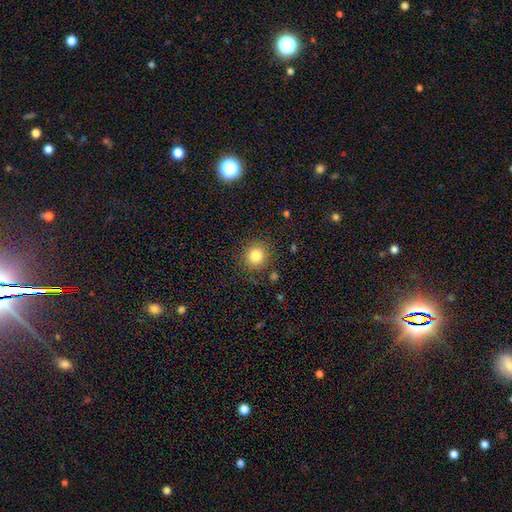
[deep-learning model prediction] Smooth or featured? Predicted: smooth (p=0.83). How rounded? Predicted: round (p=0.89). Merging? Predicted: none (p=0.86).